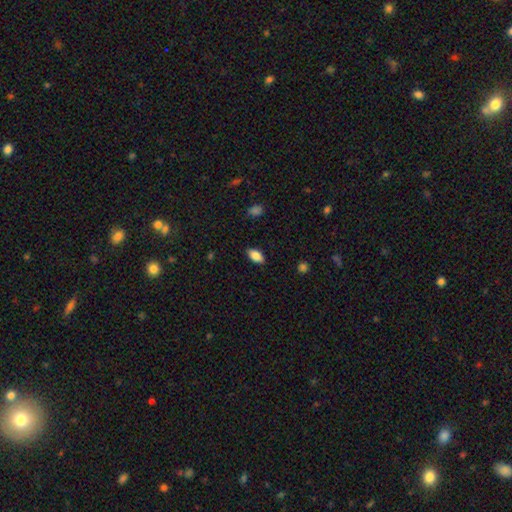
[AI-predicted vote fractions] smooth 84%, featured or disk 8%, star or artifact 8%. Down the decision tree: how rounded — in between (90%); merging — none (87%).